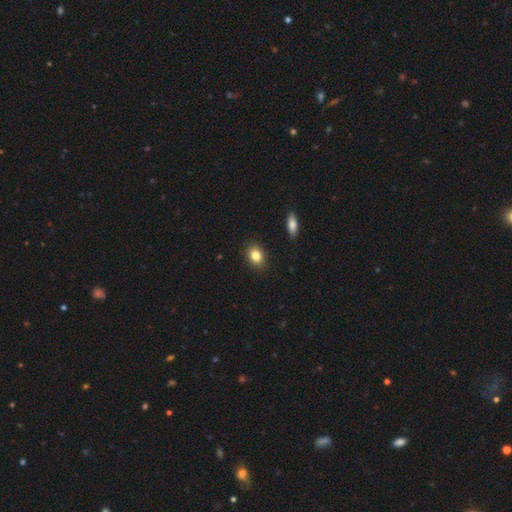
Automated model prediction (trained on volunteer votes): The model was most divided on "how rounded": in between: 72%, round: 26%, cigar-shaped: 2%. More confident: merging — none (88%); smooth or featured — smooth (84%).